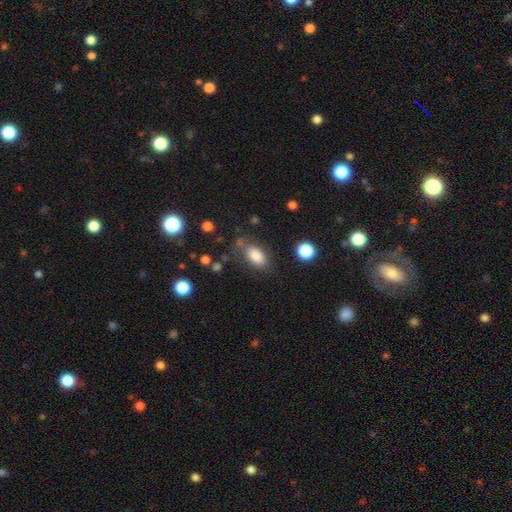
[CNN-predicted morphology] Overall: smooth (84%). How rounded: in between (88%). Merging: none (69%).